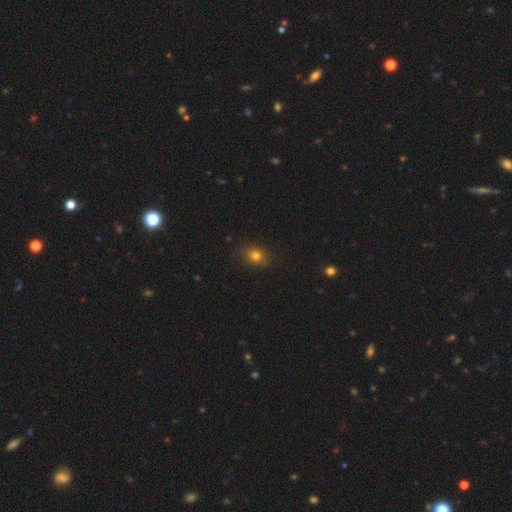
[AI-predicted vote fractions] smooth 78%, star or artifact 14%, featured or disk 8%. Down the decision tree: how rounded — round (52%); merging — none (85%).